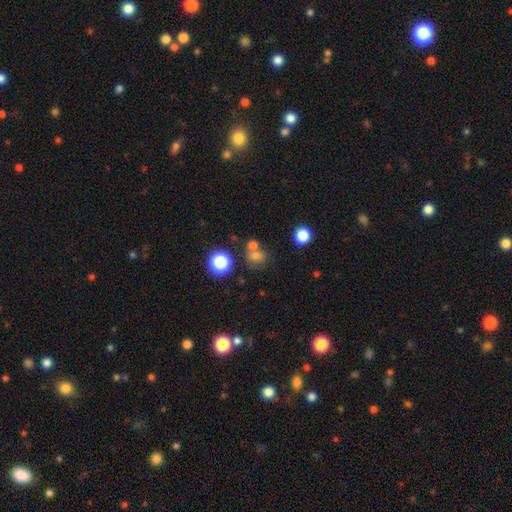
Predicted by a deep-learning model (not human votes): smooth_or_featured: smooth (p=0.68) [alt: star or artifact p=0.21]
how_rounded: round (p=0.74) [alt: in between p=0.25]
merging: none (p=0.52) [alt: merger p=0.34]